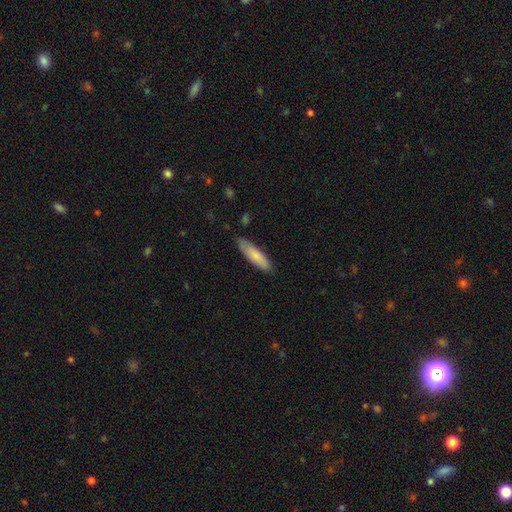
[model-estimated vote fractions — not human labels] Q: Smooth or featured?
A: smooth (80%); runner-up: featured or disk (14%)
Q: How rounded?
A: cigar-shaped (65%); runner-up: in between (33%)
Q: Merging?
A: none (83%); runner-up: minor disturbance (13%)